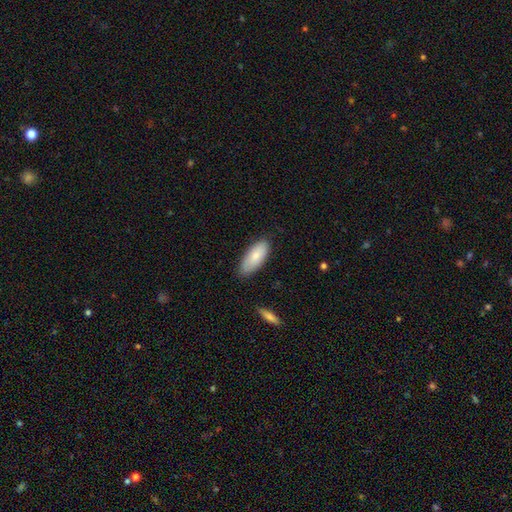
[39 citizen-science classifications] Smooth or featured? smooth (72%)
How rounded? in between (86%)
Merging? none (86%)